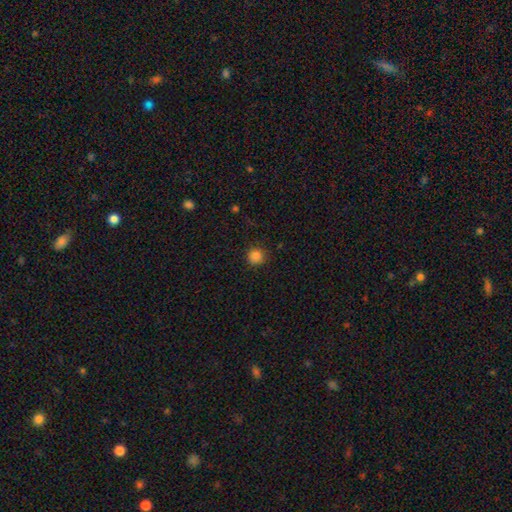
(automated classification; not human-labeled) This is clearly a smooth galaxy (84%). How rounded: clearly round (94%). Merging: clearly none (90%).